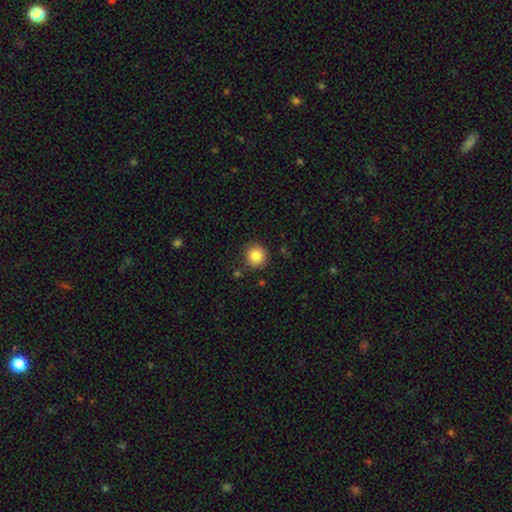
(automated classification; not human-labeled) smooth_or_featured: smooth (p=0.85) [alt: star or artifact p=0.10]
how_rounded: round (p=0.93) [alt: in between p=0.06]
merging: none (p=0.87) [alt: minor disturbance p=0.09]